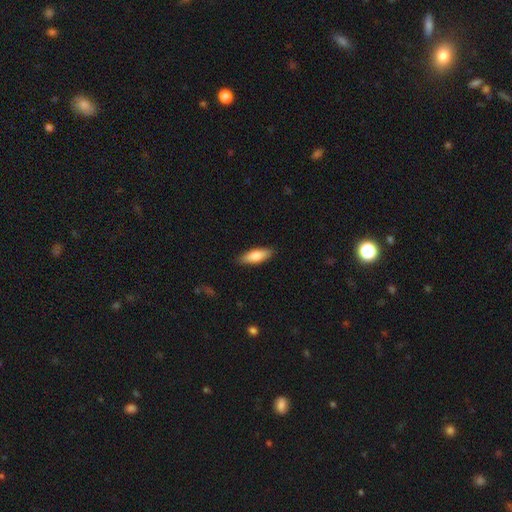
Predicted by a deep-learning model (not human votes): Smooth or featured?
  - smooth: 79% *
  - featured or disk: 15%
  - star or artifact: 6%
How rounded?
  - in between: 58% *
  - cigar-shaped: 40%
  - round: 2%
Merging?
  - none: 88% *
  - minor disturbance: 9%
  - major disturbance: 2%
  - merger: 1%